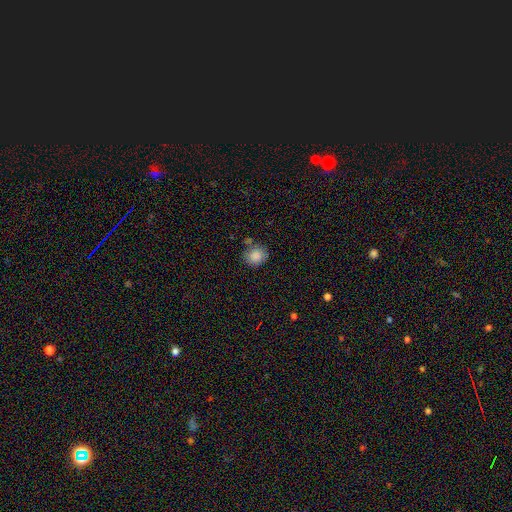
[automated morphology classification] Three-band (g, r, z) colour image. It shows a smooth galaxy with no disk features (87%) that is round (77%). Merging: none (71%).